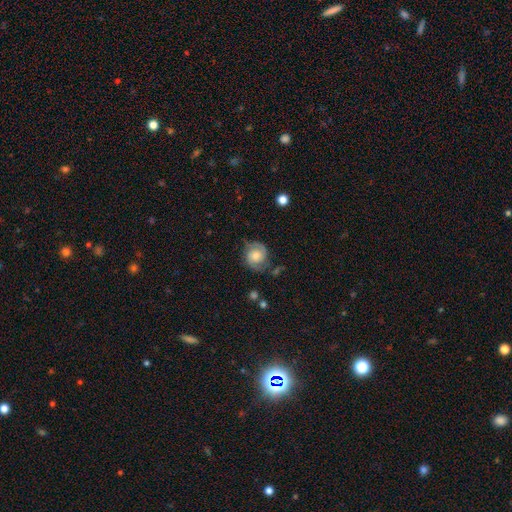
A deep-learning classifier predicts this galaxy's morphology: featured or disk 66%, smooth 26%, star or artifact 8%. Down the decision tree: edge-on disk — no (98%); bar — no (70%); spiral arms — yes (92%); spiral arm count — 2 (83%); spiral winding — tight (44%); bulge size — moderate (51%); merging — none (67%).